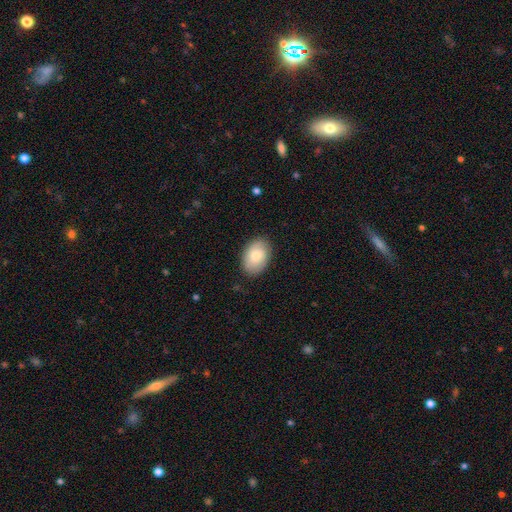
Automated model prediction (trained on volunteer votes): Smooth or featured? smooth (78%)
How rounded? in between (84%)
Merging? none (84%)